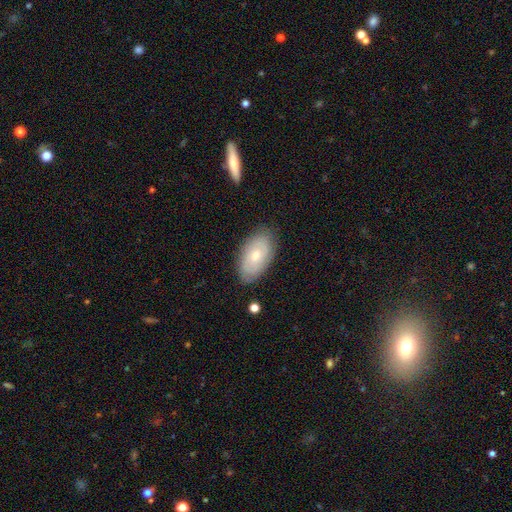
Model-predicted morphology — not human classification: Smooth or featured? Predicted: smooth (p=0.47, tied with featured or disk). Merging? Predicted: none (p=0.80).